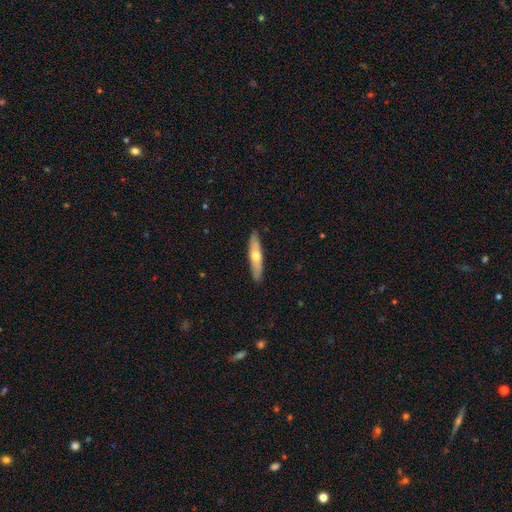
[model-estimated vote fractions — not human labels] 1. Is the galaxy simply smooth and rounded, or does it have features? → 51% smooth, 44% featured or disk, 5% star or artifact.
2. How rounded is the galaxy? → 82% cigar-shaped, 17% in between, 2% round.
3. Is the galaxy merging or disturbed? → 89% none, 8% minor disturbance, 2% major disturbance, 1% merger.